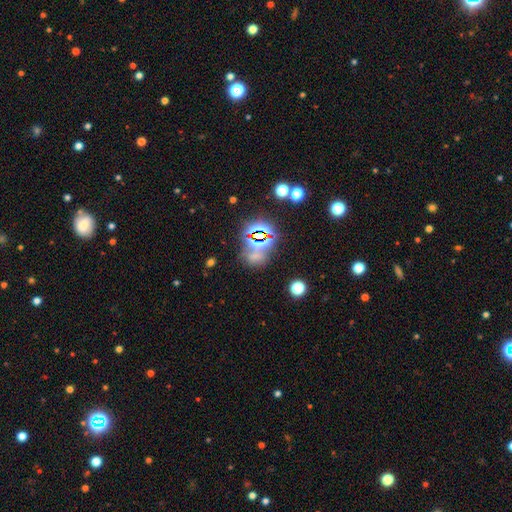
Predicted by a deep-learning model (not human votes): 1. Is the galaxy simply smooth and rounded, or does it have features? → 54% star or artifact, 36% smooth, 10% featured or disk.